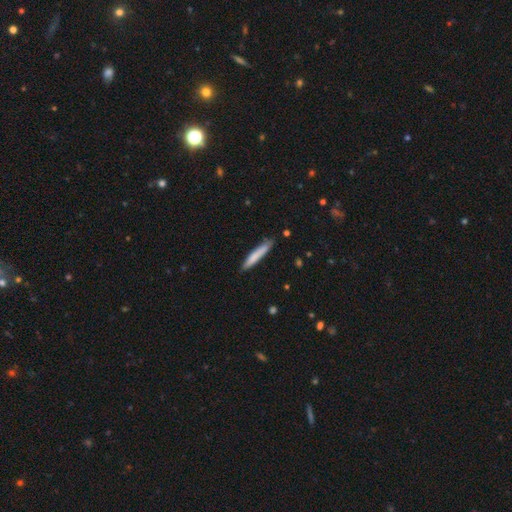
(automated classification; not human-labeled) A smooth galaxy with no disk features (78%) that is cigar-shaped (93%).

Vote fractions:
- Smooth or featured? smooth: 78% / featured or disk: 17% / star or artifact: 5%
- How rounded? cigar-shaped: 93% / in between: 6% / round: 1%
- Merging? none: 81% / minor disturbance: 15% / major disturbance: 2% / merger: 2%